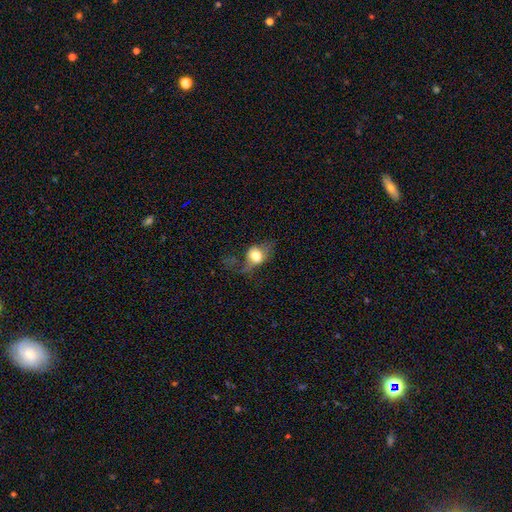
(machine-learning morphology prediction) Q: Smooth or featured?
A: smooth (57%); runner-up: featured or disk (32%)
Q: How rounded?
A: round (50%); runner-up: in between (47%)
Q: Merging?
A: major disturbance (40%); runner-up: none (35%)